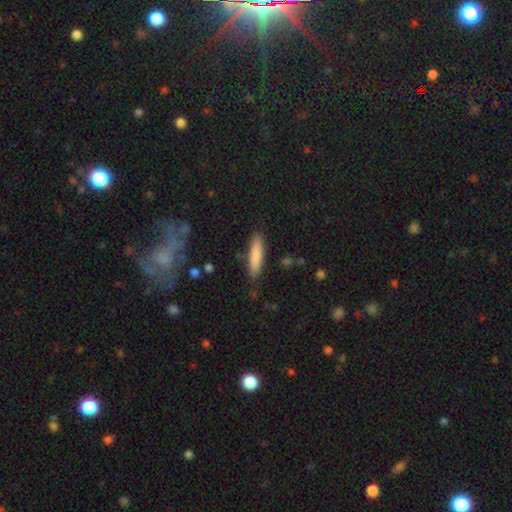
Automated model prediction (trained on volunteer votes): smooth-or-featured: smooth: 83% | featured or disk: 12% | star or artifact: 6%
  how-rounded: cigar-shaped: 78% | in between: 20% | round: 1%
  merging: none: 86% | minor disturbance: 10% | major disturbance: 2% | merger: 2%